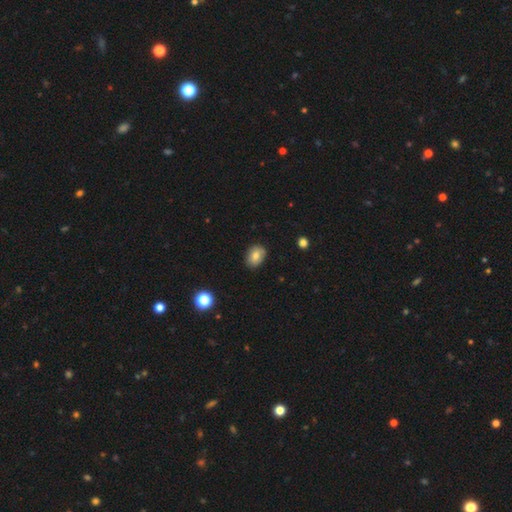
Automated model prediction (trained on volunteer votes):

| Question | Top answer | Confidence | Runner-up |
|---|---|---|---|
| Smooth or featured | smooth | 79% | featured or disk (12%) |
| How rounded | in between | 69% | round (30%) |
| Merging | none | 82% | minor disturbance (15%) |